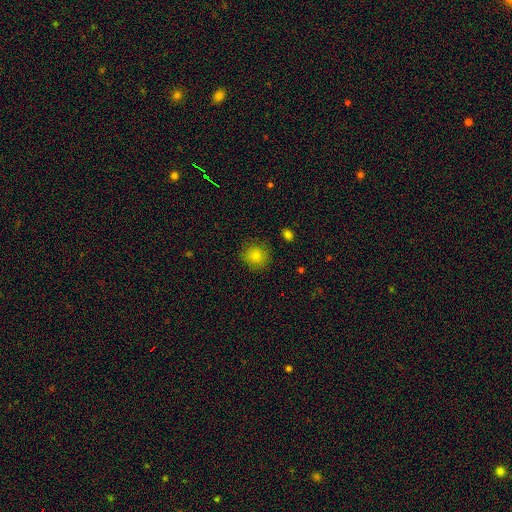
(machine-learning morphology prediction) type=smooth (81%); roundness=round (90%); merging=none (87%).